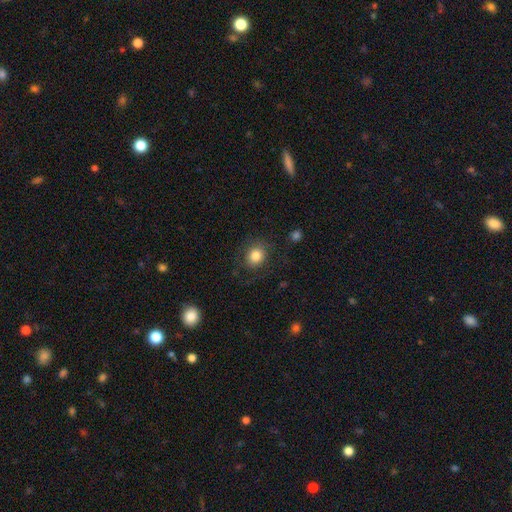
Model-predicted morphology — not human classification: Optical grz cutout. It shows a smooth galaxy with no disk features (82%) that is round (75%). Merging: none (80%).